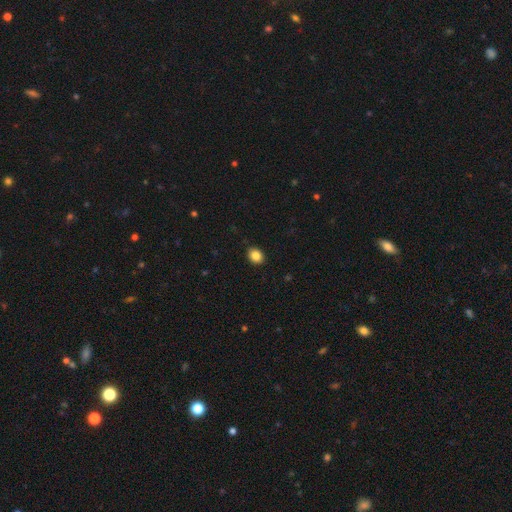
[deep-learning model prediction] Morphology: type=smooth (86%); roundness=round (50%); merging=none (90%).